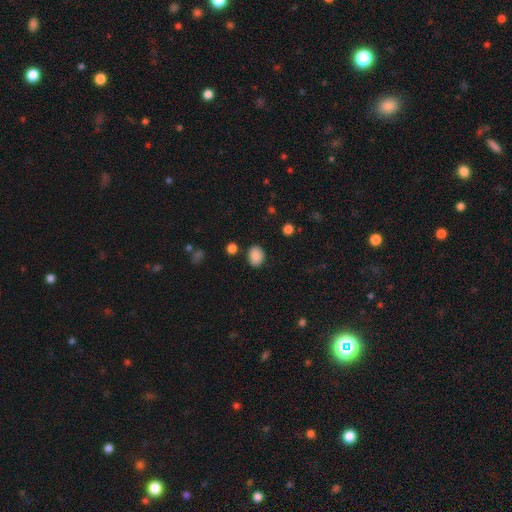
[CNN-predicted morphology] Q: Smooth or featured?
A: smooth (87%); runner-up: star or artifact (9%)
Q: How rounded?
A: in between (55%); runner-up: round (45%)
Q: Merging?
A: none (81%); runner-up: minor disturbance (12%)